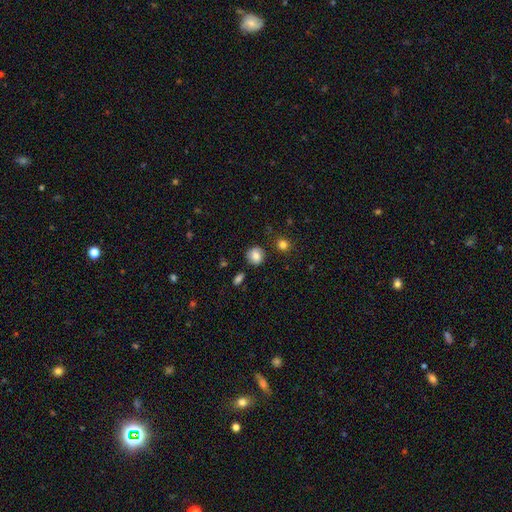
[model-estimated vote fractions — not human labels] A smooth galaxy with no disk features (76%) that is round (84%). Merging: none (83%).